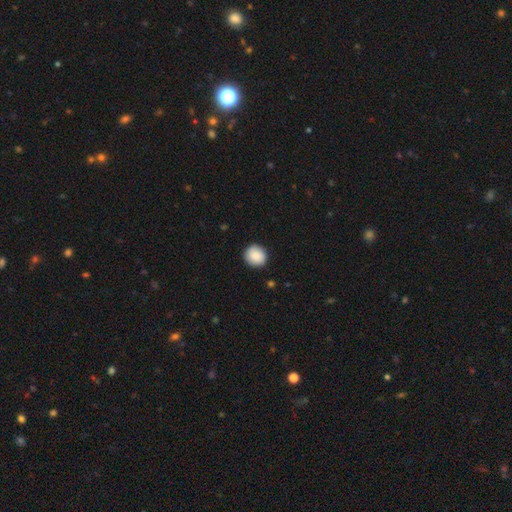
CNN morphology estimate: smooth-or-featured: smooth: 87% | star or artifact: 7% | featured or disk: 6%
  how-rounded: round: 87% | in between: 12% | cigar-shaped: 1%
  merging: none: 89% | minor disturbance: 8% | major disturbance: 2% | merger: 1%